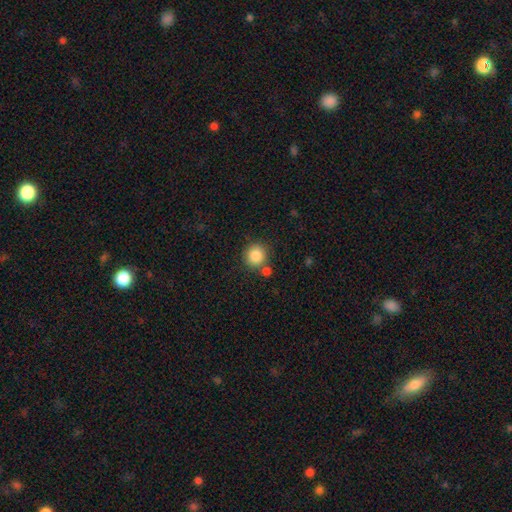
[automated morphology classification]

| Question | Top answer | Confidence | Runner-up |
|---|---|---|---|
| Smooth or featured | smooth | 86% | star or artifact (9%) |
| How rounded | round | 91% | in between (8%) |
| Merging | none | 74% | merger (13%) |